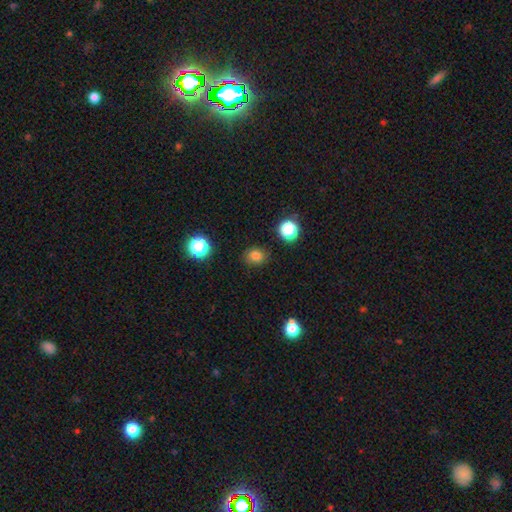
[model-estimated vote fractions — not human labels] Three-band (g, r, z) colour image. It shows a smooth galaxy with no disk features (80%) that is round (67%). Merging: none (86%).